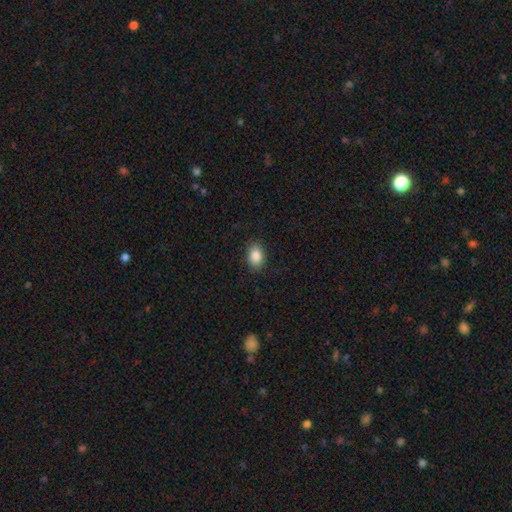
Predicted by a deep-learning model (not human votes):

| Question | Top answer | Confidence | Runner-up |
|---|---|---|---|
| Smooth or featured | smooth | 87% | star or artifact (8%) |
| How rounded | in between | 71% | round (28%) |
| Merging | none | 87% | minor disturbance (10%) |